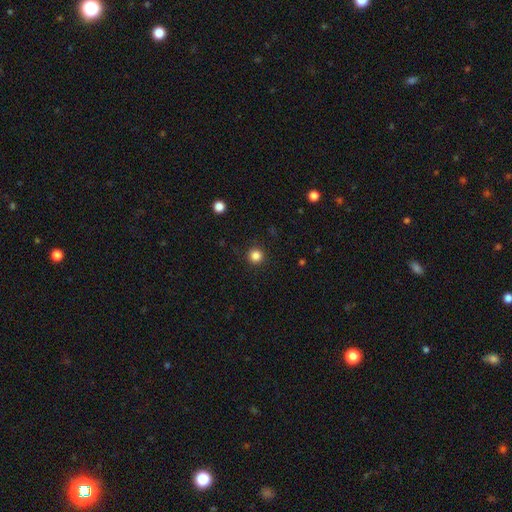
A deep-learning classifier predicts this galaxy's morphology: Smooth or featured? smooth (85%)
How rounded? round (95%)
Merging? none (92%)